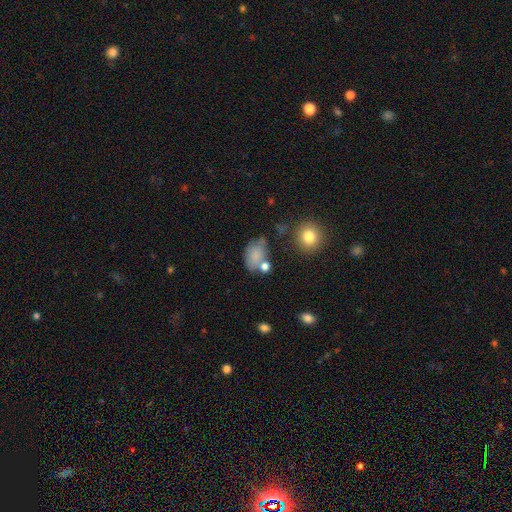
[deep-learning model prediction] Smooth or featured? smooth (76%)
How rounded? in between (78%)
Merging? none (44%)